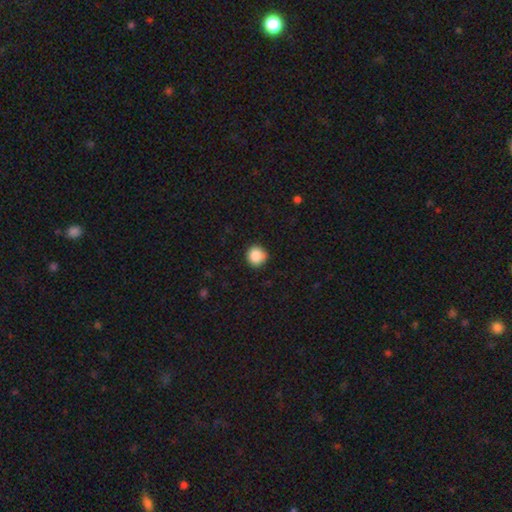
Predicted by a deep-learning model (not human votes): smooth 88%, star or artifact 9%, featured or disk 3%. Down the decision tree: how rounded — round (93%); merging — none (88%).